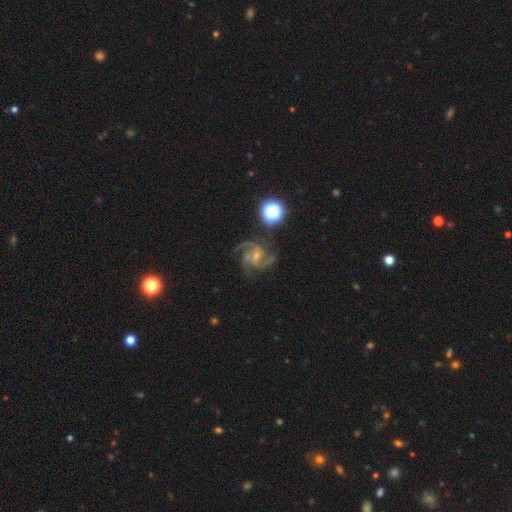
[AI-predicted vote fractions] This appears to be a featured or disk galaxy (88%) with no bar (46%), 3 (55%) medium (60%) spiral arms (98%) and a small central bulge (62%). Merging: none (67%).